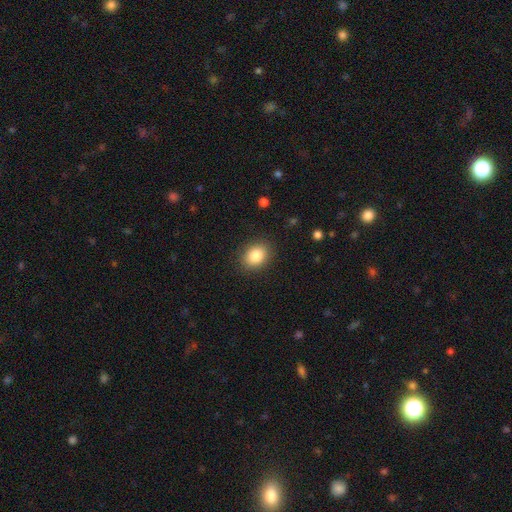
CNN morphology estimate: A smooth galaxy with no disk features (85%) that is in between round and cigar-shaped (59%).

Vote fractions:
- Smooth or featured? smooth: 85% / star or artifact: 9% / featured or disk: 6%
- How rounded? in between: 59% / round: 41% / cigar-shaped: 1%
- Merging? none: 88% / minor disturbance: 9% / major disturbance: 3% / merger: 1%